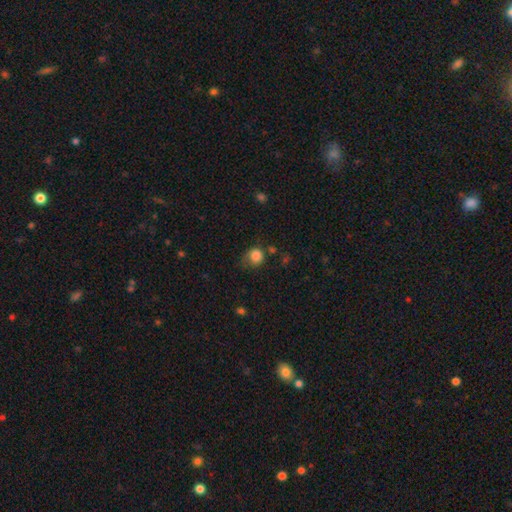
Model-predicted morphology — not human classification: Smooth or featured?
  - smooth: 83% *
  - star or artifact: 10%
  - featured or disk: 7%
How rounded?
  - round: 78% *
  - in between: 21%
  - cigar-shaped: 1%
Merging?
  - none: 45% *
  - minor disturbance: 32%
  - major disturbance: 18%
  - merger: 4%